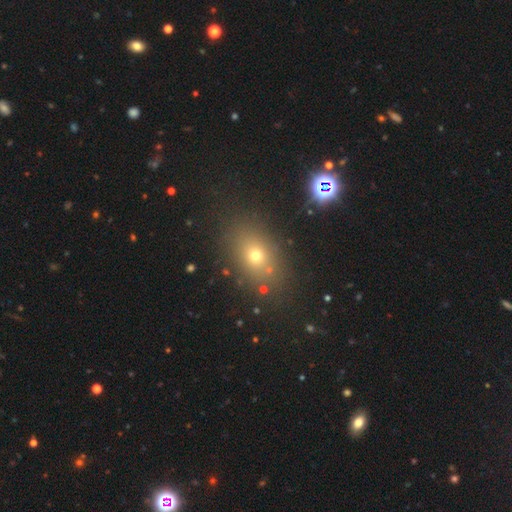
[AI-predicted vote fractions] Morphology: type=smooth (64%); roundness=in between (62%); merging=none (82%).